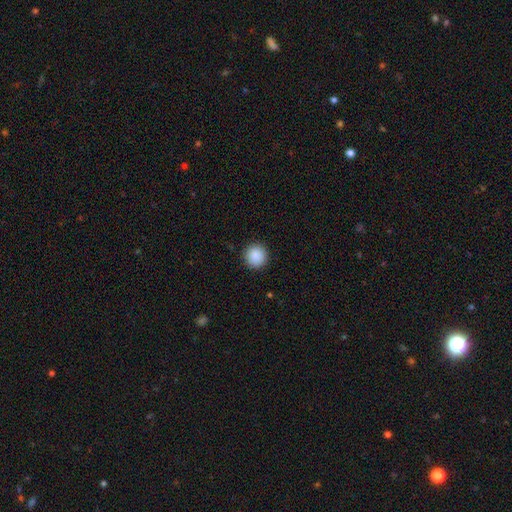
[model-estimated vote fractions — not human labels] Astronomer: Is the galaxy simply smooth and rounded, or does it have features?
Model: smooth — 89%.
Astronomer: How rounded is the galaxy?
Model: round — 95%.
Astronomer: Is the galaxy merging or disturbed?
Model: none — 92%.